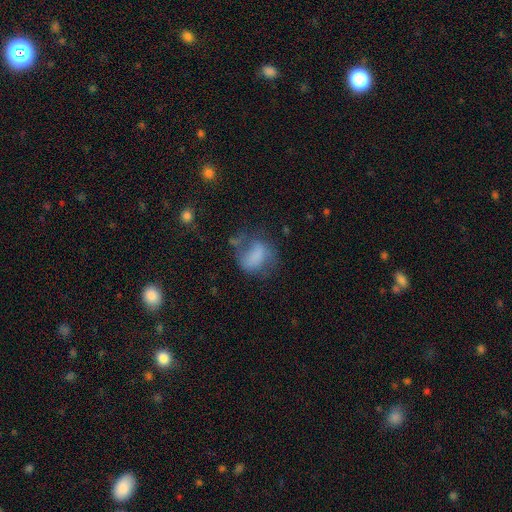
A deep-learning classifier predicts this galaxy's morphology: Smooth or featured? Predicted: smooth (p=0.61). How rounded? Predicted: in between (p=0.62). Merging? Predicted: none (p=0.36).